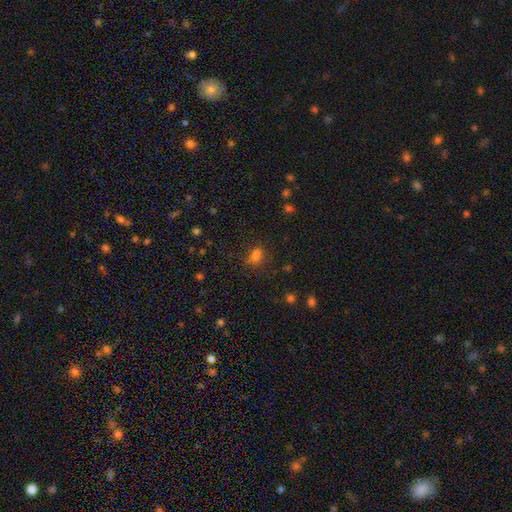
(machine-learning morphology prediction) The model was most divided on "how rounded": in between: 55%, round: 42%, cigar-shaped: 3%. More confident: smooth or featured — smooth (69%); merging — none (56%).